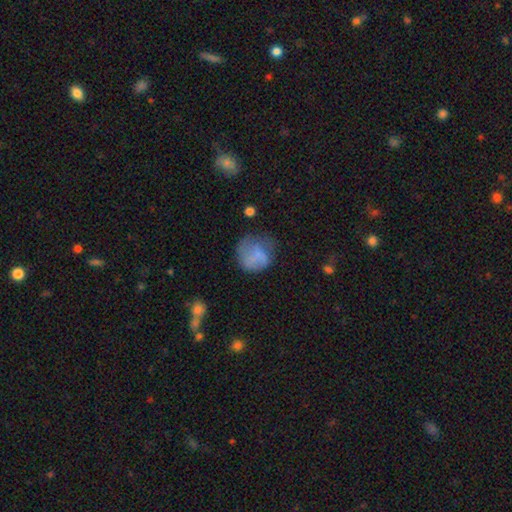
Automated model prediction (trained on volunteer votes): This is likely a smooth galaxy (68%). How rounded: likely round (78%). Merging: possibly none (45%).